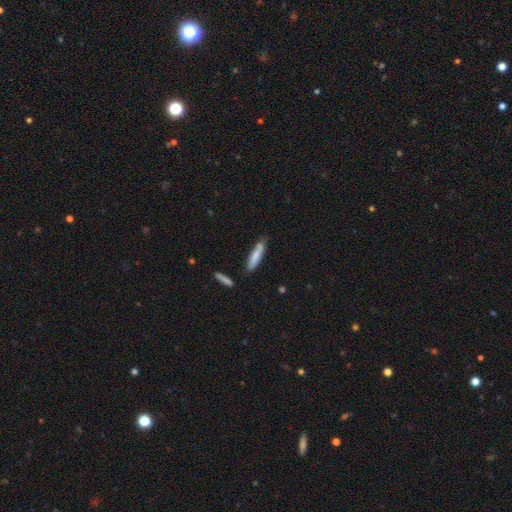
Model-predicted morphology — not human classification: Smooth or featured? Predicted: smooth (p=0.76). How rounded? Predicted: cigar-shaped (p=0.82). Merging? Predicted: none (p=0.68).